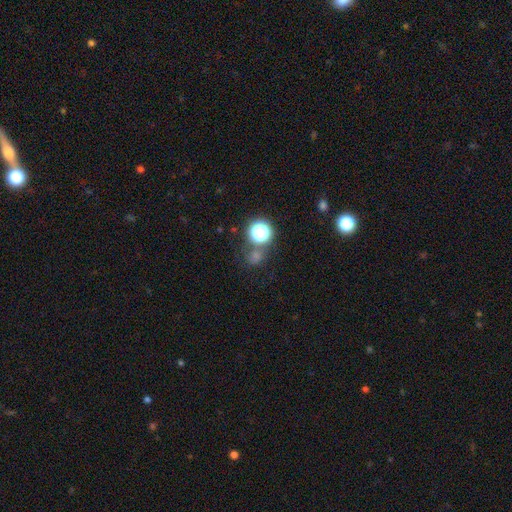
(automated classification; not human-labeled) A star or artifact, not a galaxy (50%).